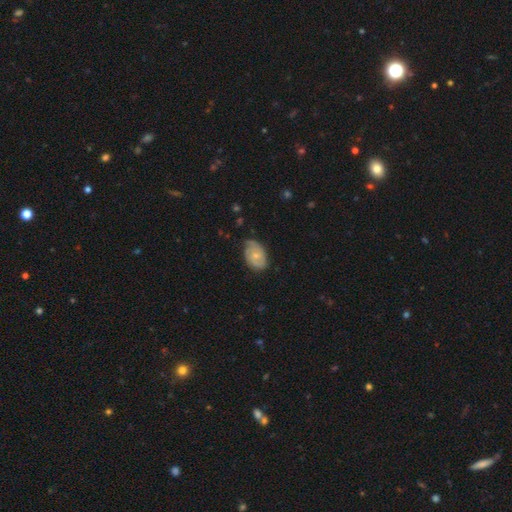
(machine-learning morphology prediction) This appears to be a featured or disk galaxy (61%) with no bar (69%), 2 (55%) tight (49%) spiral arms (88%) and a small central bulge (60%). Merging: none (65%).